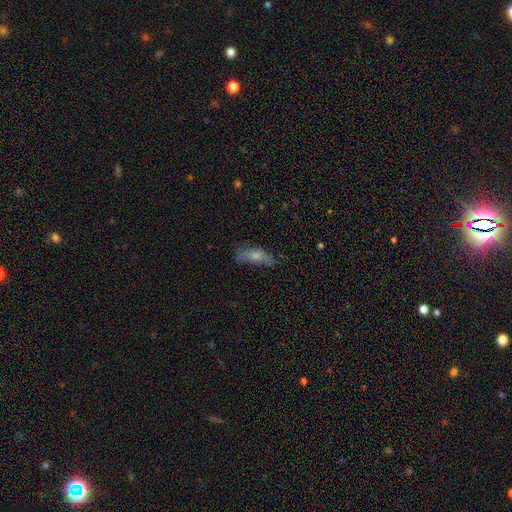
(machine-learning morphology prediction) smooth_or_featured: smooth (p=0.67) [alt: featured or disk p=0.23]
how_rounded: in between (p=0.62) [alt: cigar-shaped p=0.35]
merging: none (p=0.53) [alt: minor disturbance p=0.29]